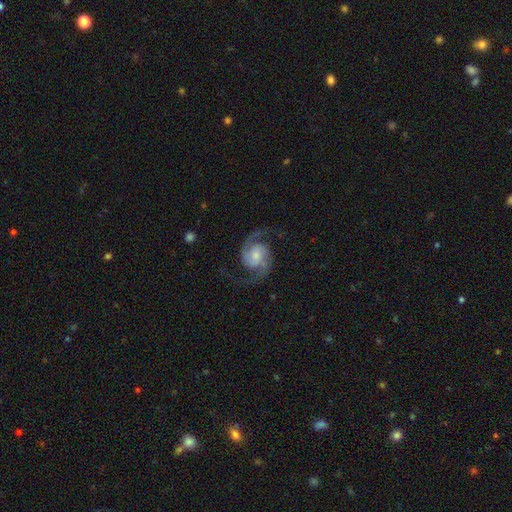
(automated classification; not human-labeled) This is clearly a featured or disk galaxy (91%). It is clearly not viewed edge-on (98%). Bar: likely no (64%). Spiral arm pattern: clearly yes (98%). Spiral arm count: clearly 2 (94%). Spiral winding: possibly medium (57%). Central bulge: marginally small (43%). Merging: likely none (79%).